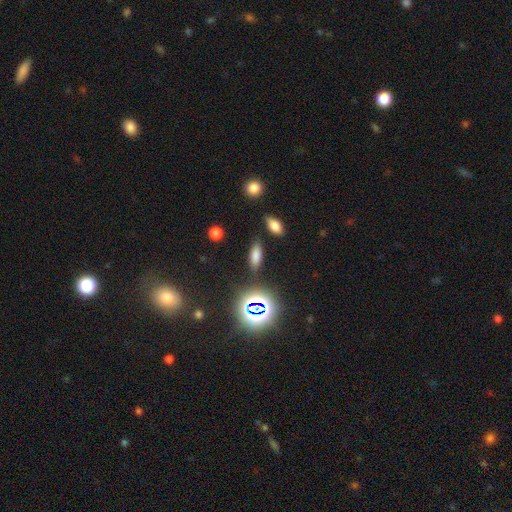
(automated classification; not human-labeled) Overall: smooth (72%). How rounded: in between (70%). Merging: none (83%).